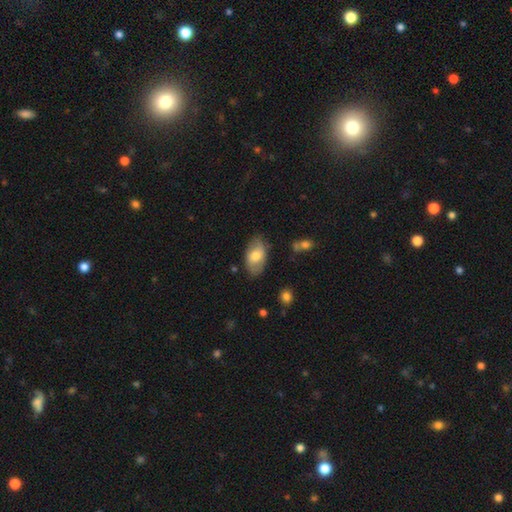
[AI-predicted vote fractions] Overall: smooth (68%). How rounded: in between (93%). Merging: none (77%).